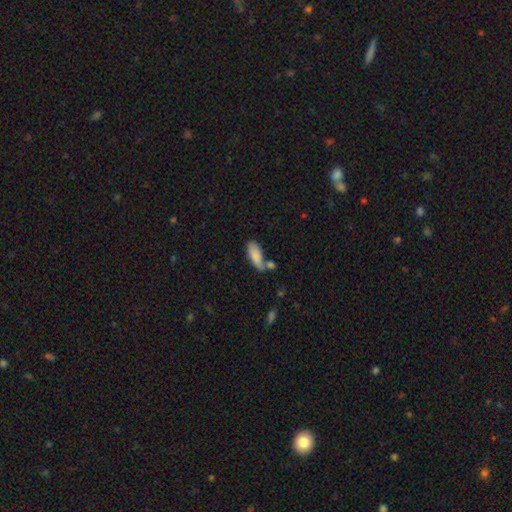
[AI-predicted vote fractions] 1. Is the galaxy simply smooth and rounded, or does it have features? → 83% smooth, 11% featured or disk, 7% star or artifact.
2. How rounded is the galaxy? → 70% in between, 28% cigar-shaped, 2% round.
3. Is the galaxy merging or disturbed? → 51% none, 23% merger, 21% minor disturbance, 6% major disturbance.